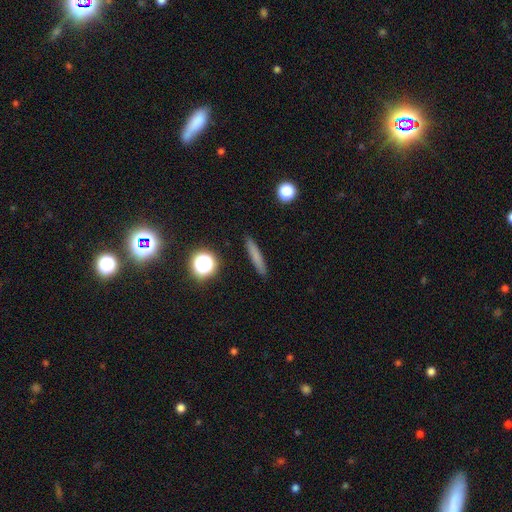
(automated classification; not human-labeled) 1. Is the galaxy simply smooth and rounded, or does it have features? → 73% smooth, 16% featured or disk, 11% star or artifact.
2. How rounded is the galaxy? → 91% cigar-shaped, 6% in between, 4% round.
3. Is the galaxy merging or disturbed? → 90% none, 7% minor disturbance, 2% major disturbance, 1% merger.